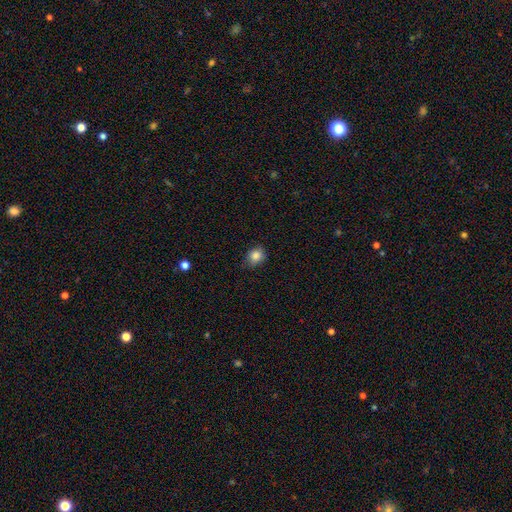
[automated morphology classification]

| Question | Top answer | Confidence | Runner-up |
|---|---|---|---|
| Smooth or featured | smooth | 84% | star or artifact (10%) |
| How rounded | round | 69% | in between (30%) |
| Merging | none | 76% | minor disturbance (19%) |